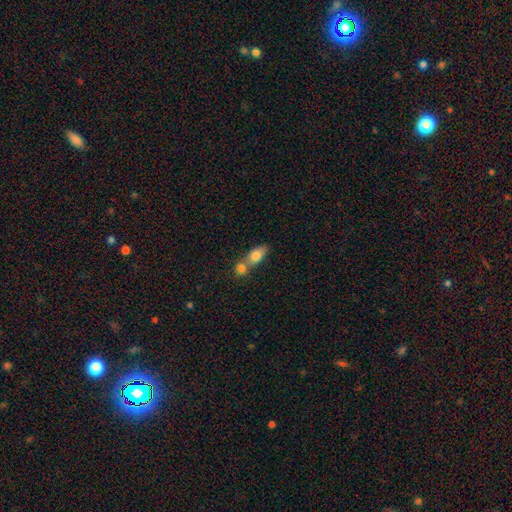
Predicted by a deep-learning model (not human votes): smooth 79%, featured or disk 13%, star or artifact 8%. Down the decision tree: how rounded — in between (75%); merging — merger (62%).